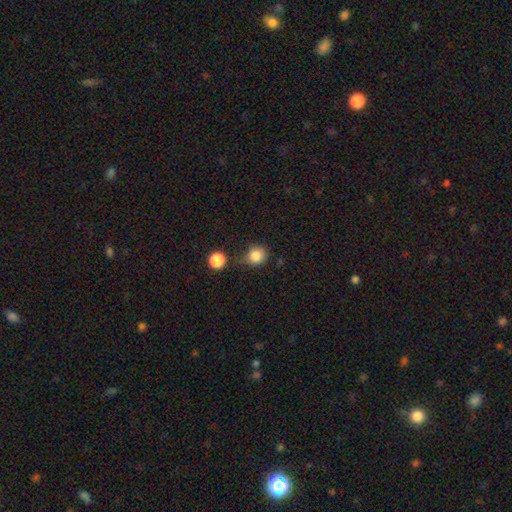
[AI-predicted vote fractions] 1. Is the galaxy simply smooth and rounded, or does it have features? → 84% smooth, 11% star or artifact, 5% featured or disk.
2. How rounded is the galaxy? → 85% round, 14% in between, 1% cigar-shaped.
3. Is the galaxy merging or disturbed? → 64% none, 21% minor disturbance, 8% merger, 6% major disturbance.